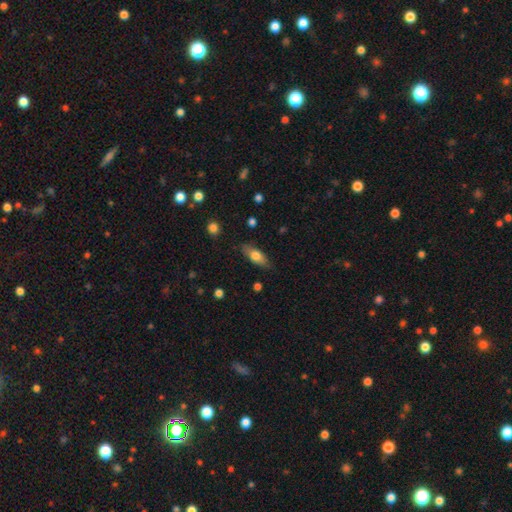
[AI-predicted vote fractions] Smooth or featured? Predicted: smooth (p=0.69). How rounded? Predicted: in between (p=0.73). Merging? Predicted: none (p=0.81).